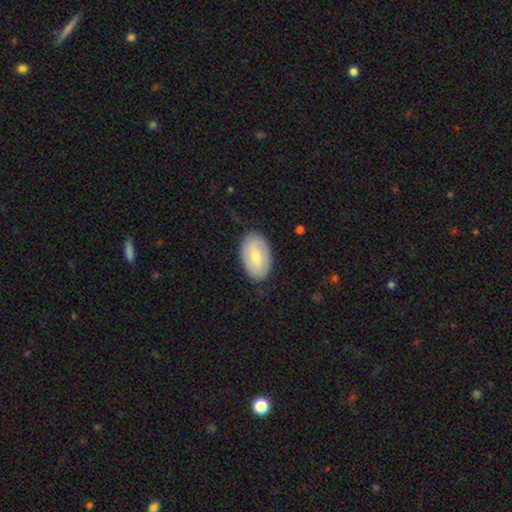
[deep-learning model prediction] Morphology: type=smooth (58%); roundness=in between (92%); merging=none (84%).